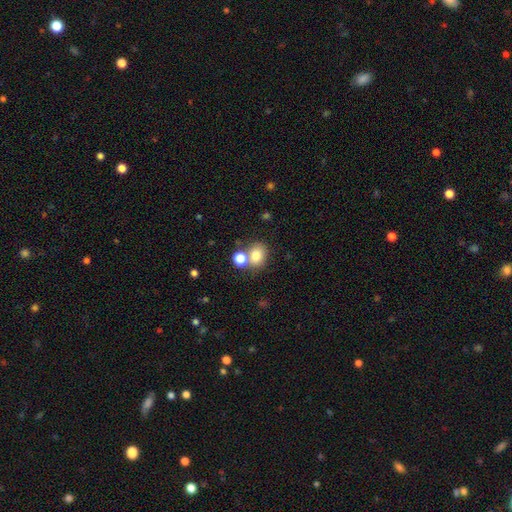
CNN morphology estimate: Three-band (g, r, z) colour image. It shows a smooth galaxy with no disk features (79%) that is round (58%). Merging: none (57%).